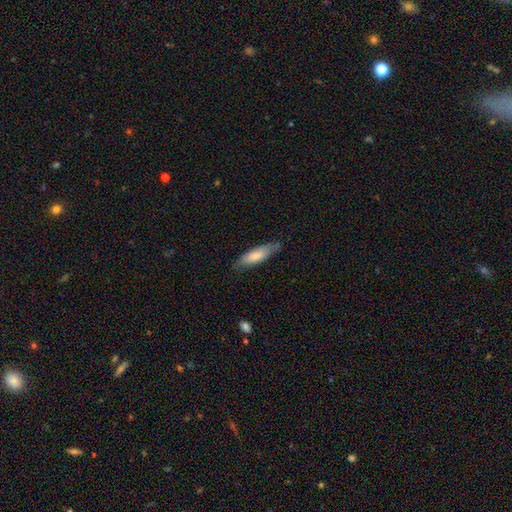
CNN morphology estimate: Smooth or featured? Predicted: smooth (p=0.73). How rounded? Predicted: cigar-shaped (p=0.50). Merging? Predicted: none (p=0.72).